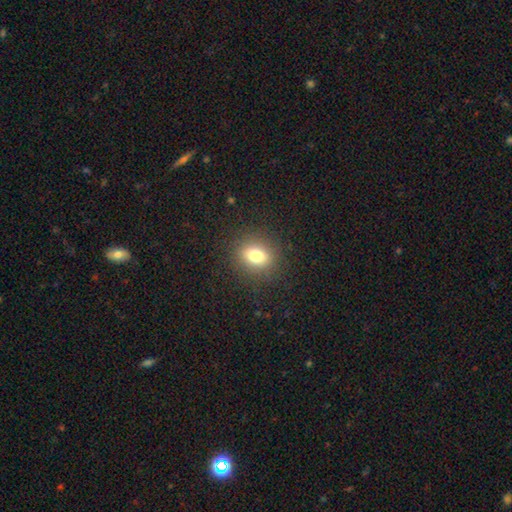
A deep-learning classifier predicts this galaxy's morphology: Q: Smooth or featured?
A: smooth (77%); runner-up: star or artifact (13%)
Q: How rounded?
A: round (52%); runner-up: in between (46%)
Q: Merging?
A: none (88%); runner-up: minor disturbance (8%)